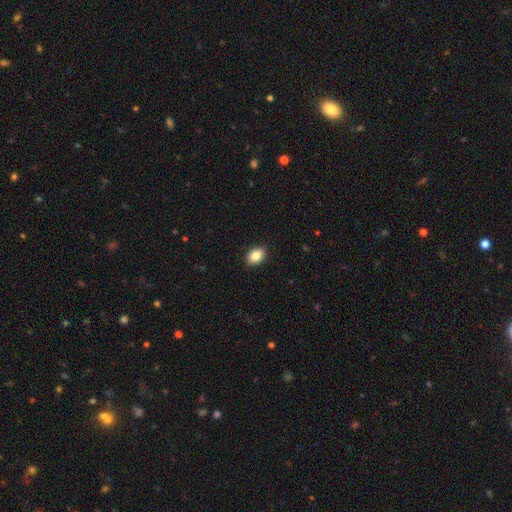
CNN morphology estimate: Smooth or featured: smooth — 86% (star or artifact — 8%)
How rounded: in between — 77% (round — 21%)
Merging: none — 90% (minor disturbance — 7%)